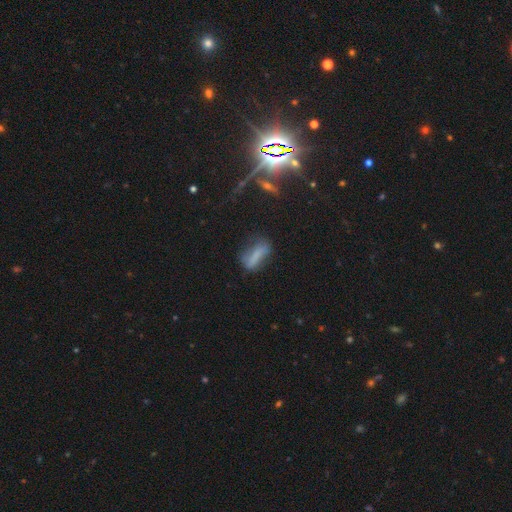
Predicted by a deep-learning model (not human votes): The model was most divided on "how rounded": in between: 51%, cigar-shaped: 45%, round: 4%. More confident: smooth or featured — smooth (65%); merging — none (52%).